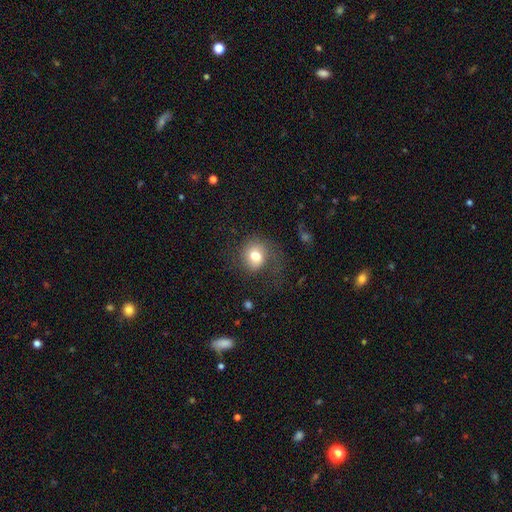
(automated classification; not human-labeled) smooth-or-featured: smooth: 69% | featured or disk: 21% | star or artifact: 10%
  how-rounded: round: 75% | in between: 24% | cigar-shaped: 1%
  merging: none: 58% | minor disturbance: 21% | major disturbance: 20% | merger: 2%